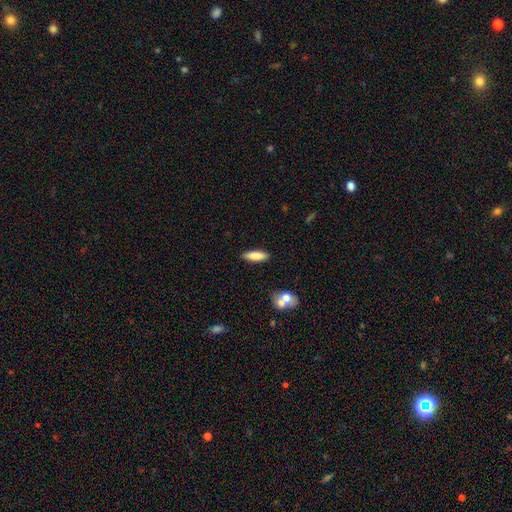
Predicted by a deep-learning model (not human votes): A smooth galaxy with no disk features (82%) that is cigar-shaped (55%). Merging: none (88%).